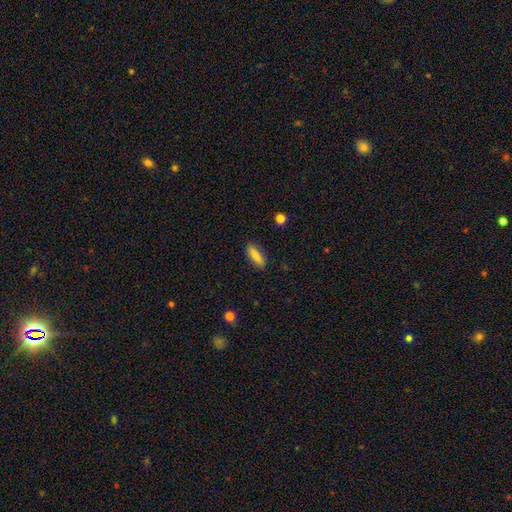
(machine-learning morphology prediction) The model was most divided on "how rounded": in between: 60%, cigar-shaped: 37%, round: 3%. More confident: merging — none (86%); smooth or featured — smooth (77%).